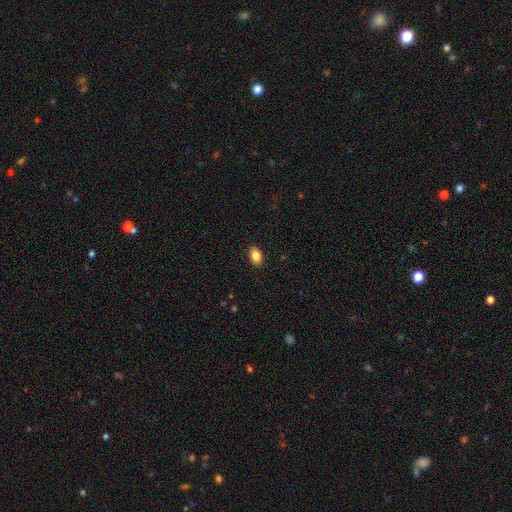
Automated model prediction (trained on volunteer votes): Q: Smooth or featured?
A: smooth (86%); runner-up: star or artifact (8%)
Q: How rounded?
A: in between (87%); runner-up: round (12%)
Q: Merging?
A: none (89%); runner-up: minor disturbance (8%)